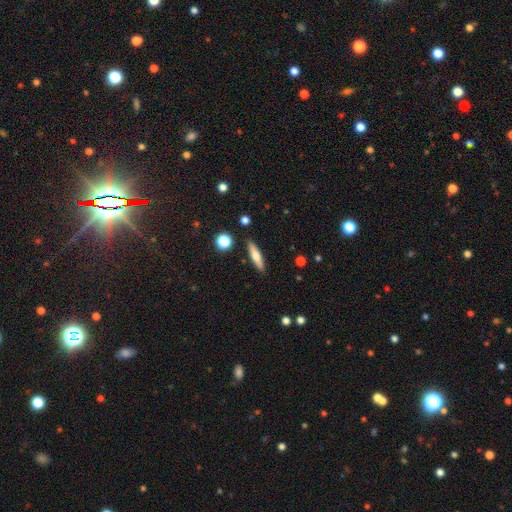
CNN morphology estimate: Smooth or featured? Predicted: smooth (p=0.59). How rounded? Predicted: cigar-shaped (p=0.79). Merging? Predicted: none (p=0.88).